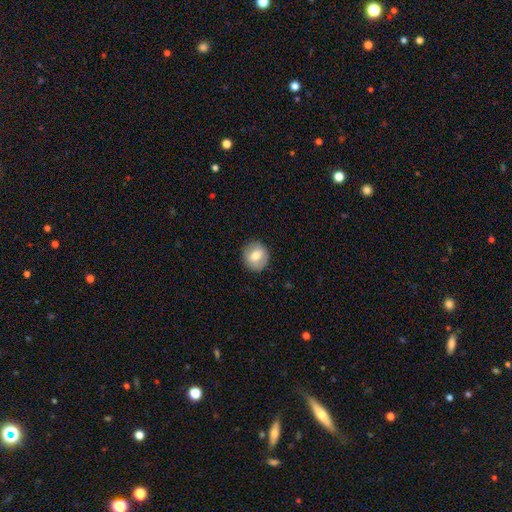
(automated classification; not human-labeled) A smooth galaxy with no disk features (66%) that is round (83%).

Vote fractions:
- Smooth or featured? smooth: 66% / featured or disk: 26% / star or artifact: 7%
- How rounded? round: 83% / in between: 16% / cigar-shaped: 1%
- Merging? none: 88% / minor disturbance: 8% / major disturbance: 2% / merger: 1%